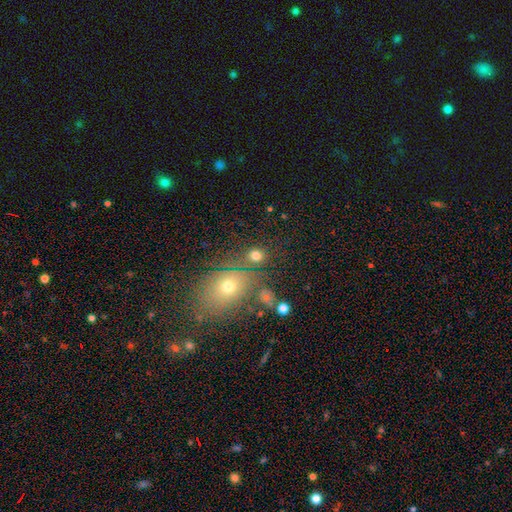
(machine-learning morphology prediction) smooth_or_featured: smooth (p=0.75) [alt: star or artifact p=0.16]
how_rounded: round (p=0.75) [alt: in between p=0.24]
merging: none (p=0.70) [alt: merger p=0.14]